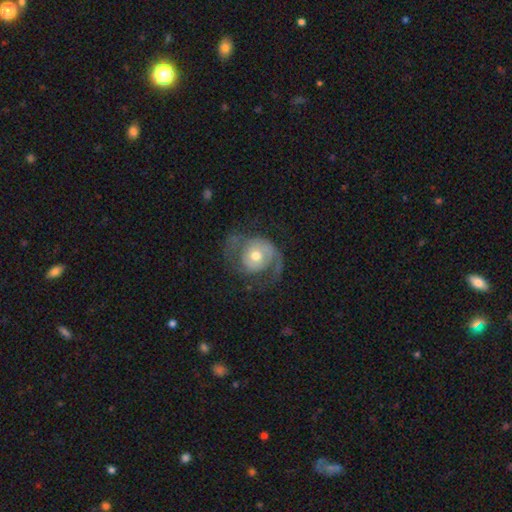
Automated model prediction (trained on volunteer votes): Smooth or featured? Predicted: featured or disk (p=0.70). Edge-on disk? Predicted: no (p=0.97). Bar? Predicted: no (p=0.77). Spiral arms? Predicted: yes (p=0.80). Spiral winding? Predicted: medium (p=0.41). Spiral arm count? Predicted: 2 (p=0.63). Bulge size? Predicted: moderate (p=0.69). Merging? Predicted: none (p=0.48).